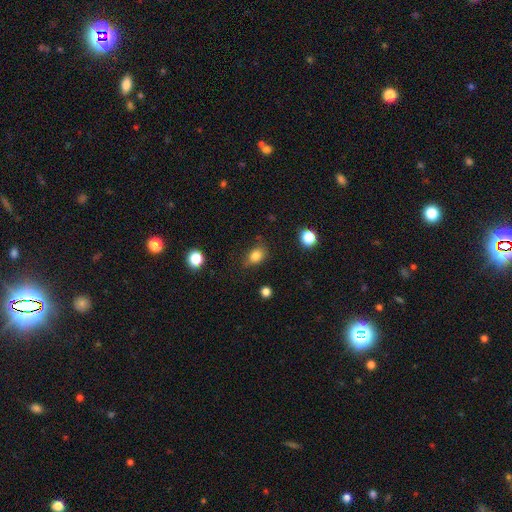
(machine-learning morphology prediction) Smooth or featured? Predicted: smooth (p=0.82). How rounded? Predicted: in between (p=0.61). Merging? Predicted: none (p=0.71).